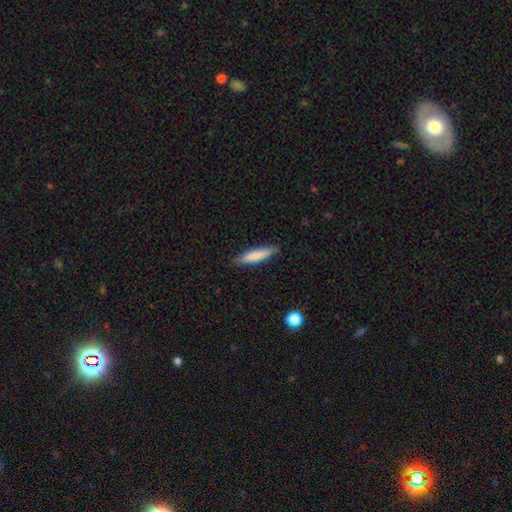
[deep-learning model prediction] Smooth or featured: smooth — 80% (featured or disk — 14%)
How rounded: cigar-shaped — 81% (in between — 18%)
Merging: none — 87% (minor disturbance — 10%)